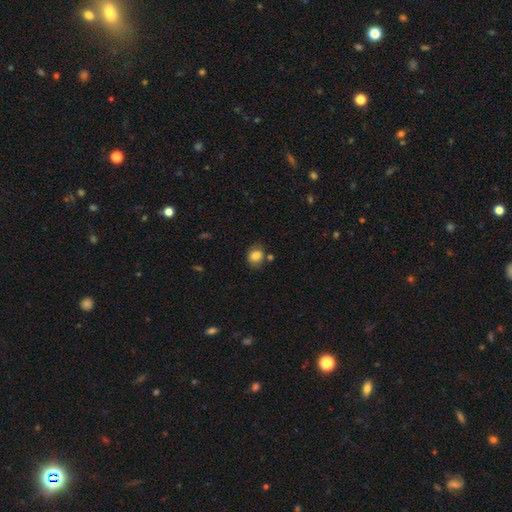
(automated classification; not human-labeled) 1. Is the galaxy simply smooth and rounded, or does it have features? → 82% smooth, 10% star or artifact, 8% featured or disk.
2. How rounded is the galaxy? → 58% round, 41% in between, 1% cigar-shaped.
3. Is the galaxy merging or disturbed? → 65% none, 20% minor disturbance, 9% merger, 6% major disturbance.